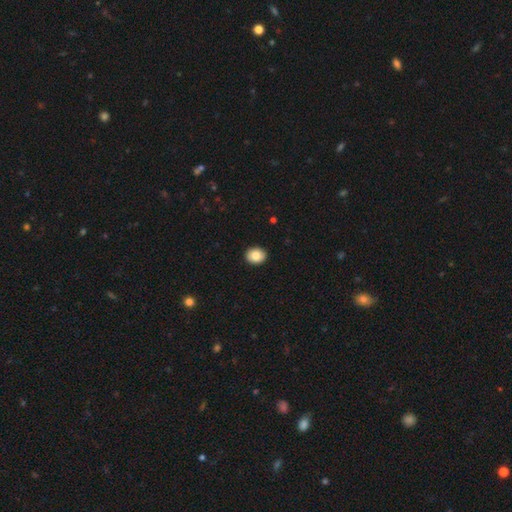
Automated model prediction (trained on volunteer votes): This is clearly a smooth galaxy (86%). How rounded: possibly round (52%). Merging: clearly none (92%).